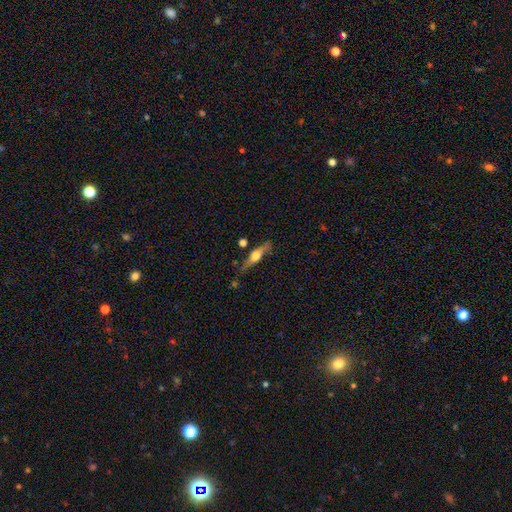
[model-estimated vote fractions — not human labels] Q: Smooth or featured?
A: featured or disk (63%); runner-up: smooth (31%)
Q: Edge-on disk?
A: yes (94%); runner-up: no (6%)
Q: Edge-on bulge?
A: rounded (94%); runner-up: boxy (4%)
Q: Merging?
A: none (76%); runner-up: minor disturbance (15%)